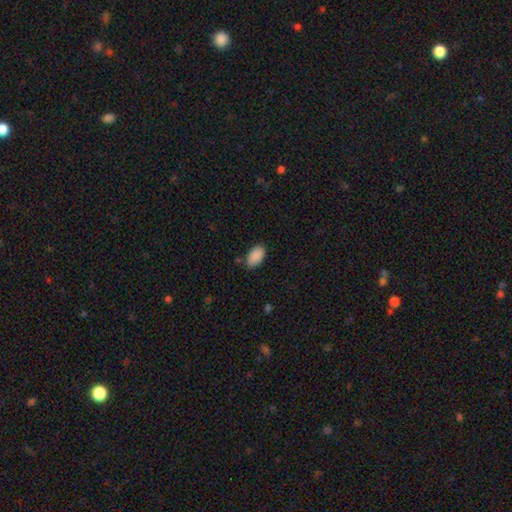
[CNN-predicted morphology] type=smooth (90%); roundness=in between (94%); merging=none (78%).